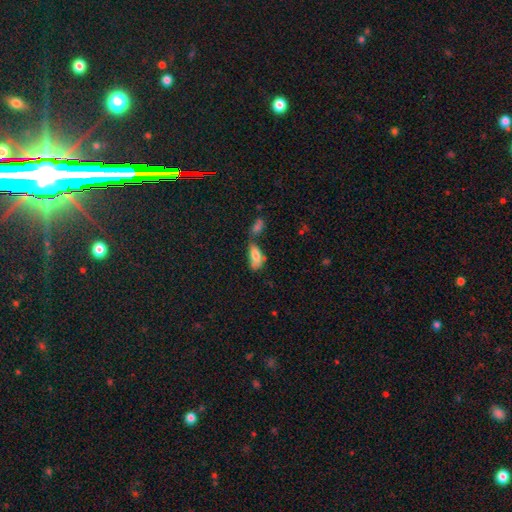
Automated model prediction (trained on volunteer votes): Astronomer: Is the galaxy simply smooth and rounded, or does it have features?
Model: smooth — 77%.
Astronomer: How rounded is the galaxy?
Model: in between — 85%.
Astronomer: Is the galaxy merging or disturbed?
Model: merger — 34% (runner-up: none, 32%).